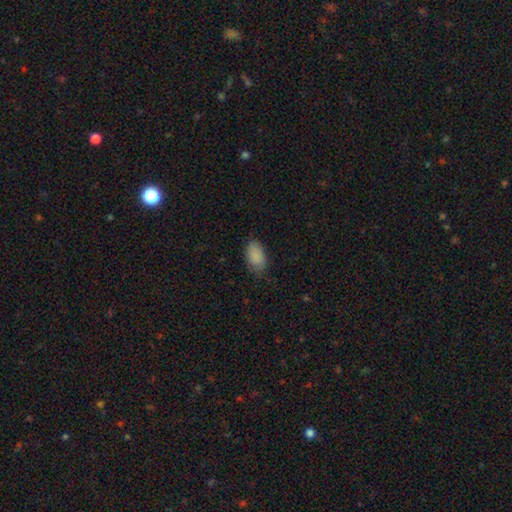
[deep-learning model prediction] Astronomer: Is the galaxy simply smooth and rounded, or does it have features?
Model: smooth — 88%.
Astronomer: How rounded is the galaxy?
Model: in between — 93%.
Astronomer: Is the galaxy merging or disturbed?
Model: none — 73%.